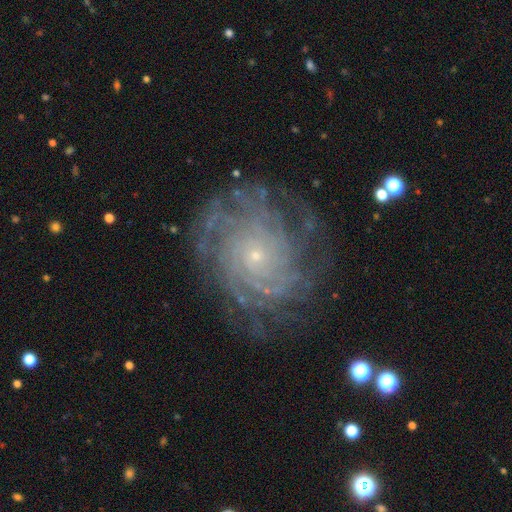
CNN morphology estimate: Smooth or featured: featured or disk — 85% (star or artifact — 8%)
Edge-on disk: no — 97% (yes — 3%)
Bar: no — 83% (weak — 13%)
Spiral arms: yes — 96% (no — 4%)
Spiral winding: tight — 79% (medium — 17%)
Spiral arm count: can't tell — 30% (more than 4 — 27%)
Bulge size: small — 88% (moderate — 8%)
Merging: none — 77% (minor disturbance — 15%)